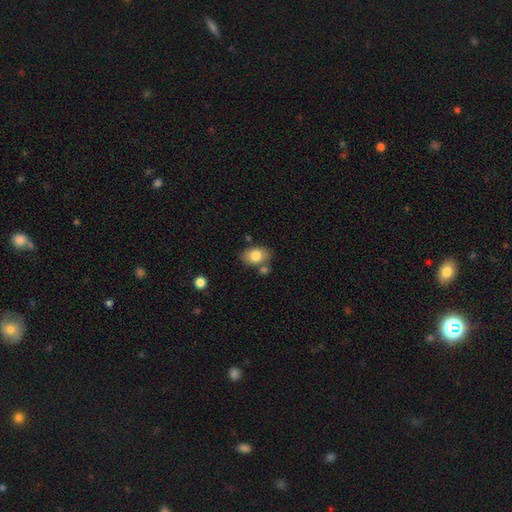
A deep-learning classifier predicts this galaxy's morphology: This is likely a smooth galaxy (80%). How rounded: likely in between (78%). Merging: likely none (68%).